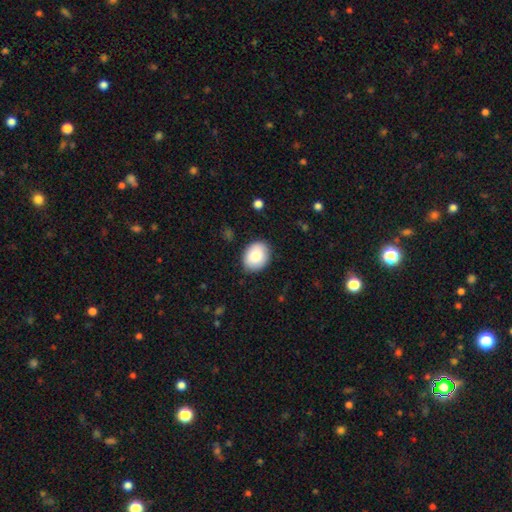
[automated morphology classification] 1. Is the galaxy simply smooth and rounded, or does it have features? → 85% smooth, 8% featured or disk, 7% star or artifact.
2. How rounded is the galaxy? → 61% in between, 38% round, 1% cigar-shaped.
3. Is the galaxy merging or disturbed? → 87% none, 10% minor disturbance, 2% major disturbance, 1% merger.